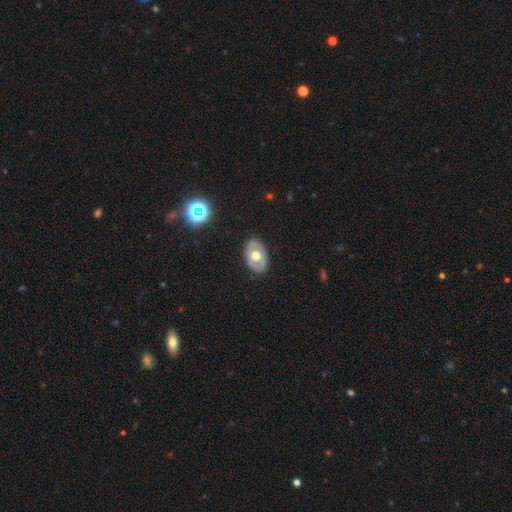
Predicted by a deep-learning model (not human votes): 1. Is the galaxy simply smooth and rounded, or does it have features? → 52% featured or disk, 42% smooth, 7% star or artifact.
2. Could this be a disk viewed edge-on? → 89% no, 11% yes.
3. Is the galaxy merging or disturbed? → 84% none, 12% minor disturbance, 3% major disturbance, 1% merger.